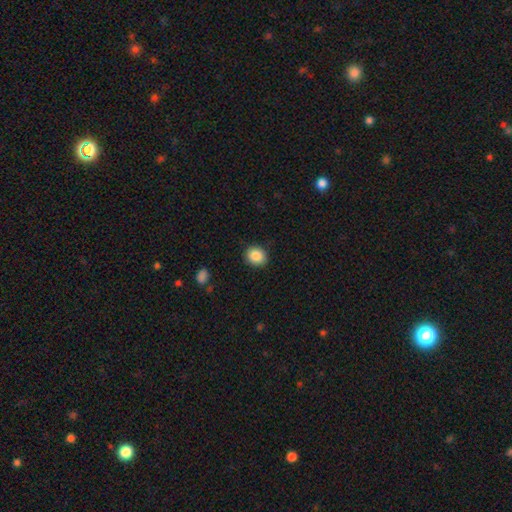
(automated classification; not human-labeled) smooth 87%, star or artifact 9%, featured or disk 5%. Down the decision tree: how rounded — round (75%); merging — none (90%).